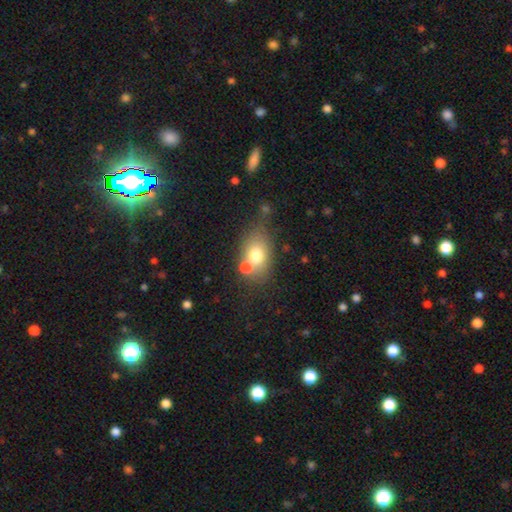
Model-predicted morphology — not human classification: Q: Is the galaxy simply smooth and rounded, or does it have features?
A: smooth — 70%.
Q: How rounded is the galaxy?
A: in between — 69%.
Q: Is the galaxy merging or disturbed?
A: none — 47%.